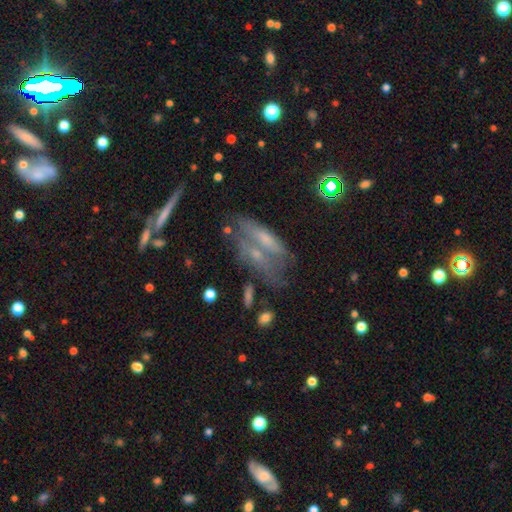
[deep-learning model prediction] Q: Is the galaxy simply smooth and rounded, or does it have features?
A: featured or disk — 46%.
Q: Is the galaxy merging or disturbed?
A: none — 37%.